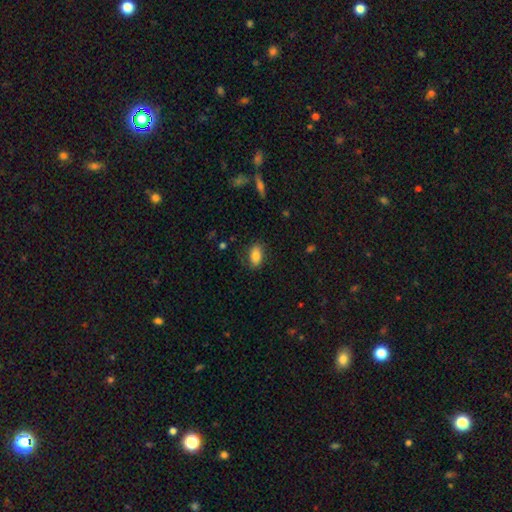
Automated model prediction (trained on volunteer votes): Smooth or featured? smooth (81%)
How rounded? in between (90%)
Merging? none (78%)